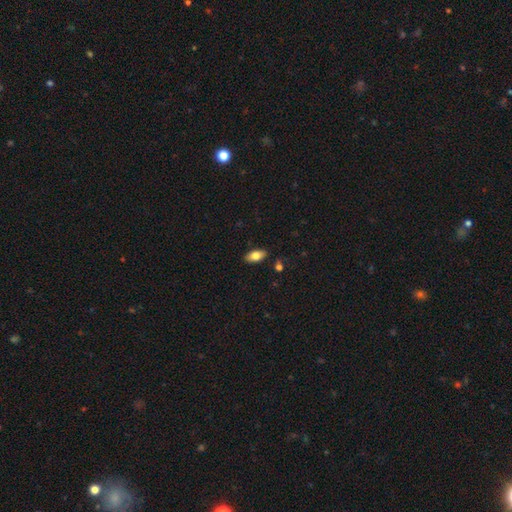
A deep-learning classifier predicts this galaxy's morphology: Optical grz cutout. It shows a smooth galaxy with no disk features (78%) that is in between round and cigar-shaped (90%). Merging: none (87%).